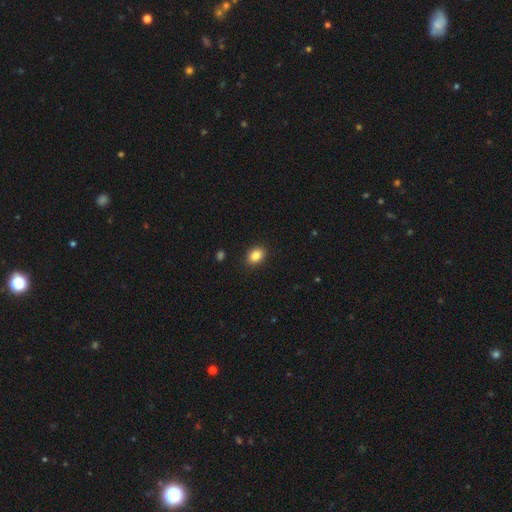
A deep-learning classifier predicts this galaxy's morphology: A smooth galaxy with no disk features (86%) that is in between round and cigar-shaped (73%).

Vote fractions:
- Smooth or featured? smooth: 86% / star or artifact: 9% / featured or disk: 5%
- How rounded? in between: 73% / round: 26% / cigar-shaped: 1%
- Merging? none: 90% / minor disturbance: 7% / major disturbance: 2% / merger: 1%